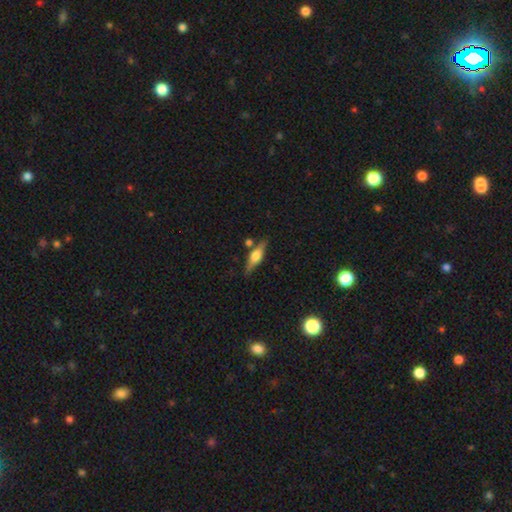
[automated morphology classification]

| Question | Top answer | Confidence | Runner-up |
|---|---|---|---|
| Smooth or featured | featured or disk | 56% | smooth (38%) |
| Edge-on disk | yes | 93% | no (7%) |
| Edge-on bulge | rounded | 88% | boxy (9%) |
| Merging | none | 77% | minor disturbance (13%) |